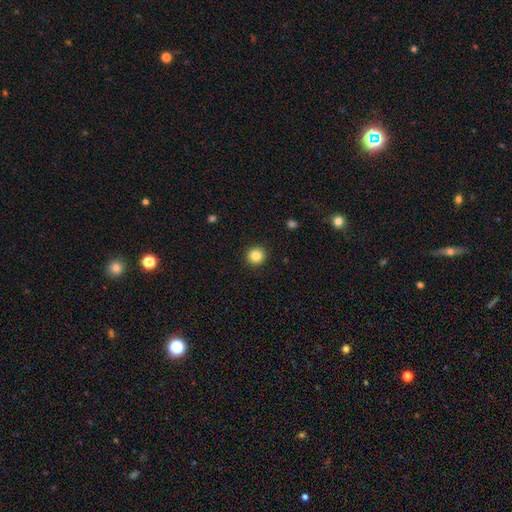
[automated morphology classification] smooth-or-featured: smooth: 84% | star or artifact: 11% | featured or disk: 5%
  how-rounded: round: 94% | in between: 5% | cigar-shaped: 1%
  merging: none: 93% | minor disturbance: 5% | major disturbance: 2% | merger: 1%